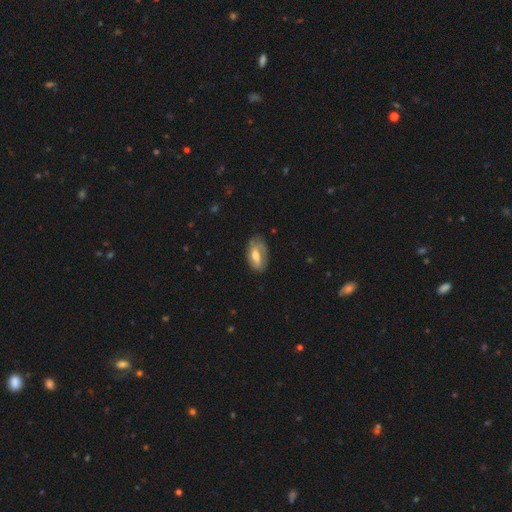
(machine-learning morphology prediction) A smooth galaxy with no disk features (48%).

Vote fractions:
- Smooth or featured? smooth: 48% / featured or disk: 45% / star or artifact: 7%
- Merging? none: 58% / minor disturbance: 29% / major disturbance: 11% / merger: 2%